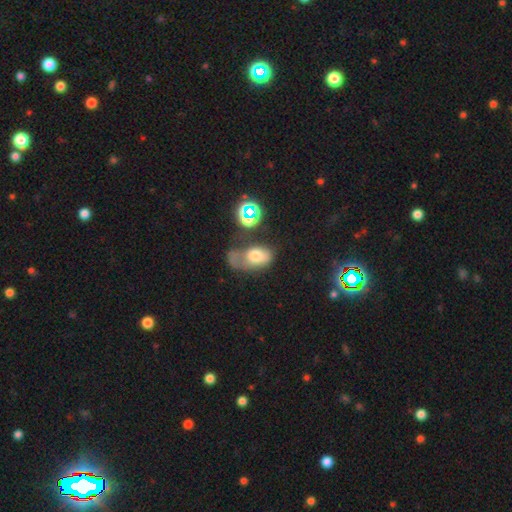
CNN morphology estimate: Q: Smooth or featured?
A: smooth (60%); runner-up: featured or disk (25%)
Q: How rounded?
A: in between (82%); runner-up: round (16%)
Q: Merging?
A: major disturbance (40%); runner-up: none (22%)